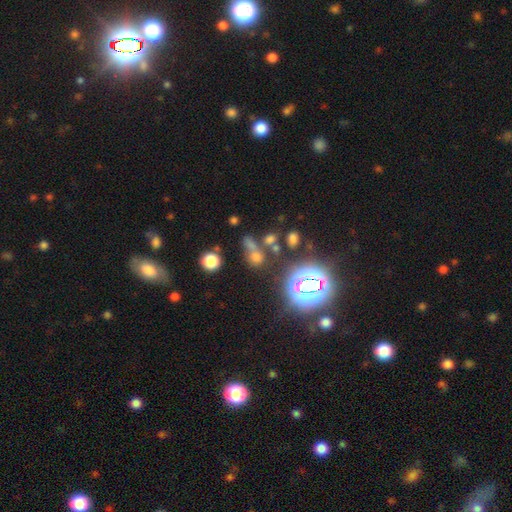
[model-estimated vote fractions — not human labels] Smooth or featured?
  - smooth: 47% *
  - star or artifact: 39%
  - featured or disk: 14%
Merging?
  - none: 50% *
  - merger: 27%
  - minor disturbance: 12%
  - major disturbance: 10%